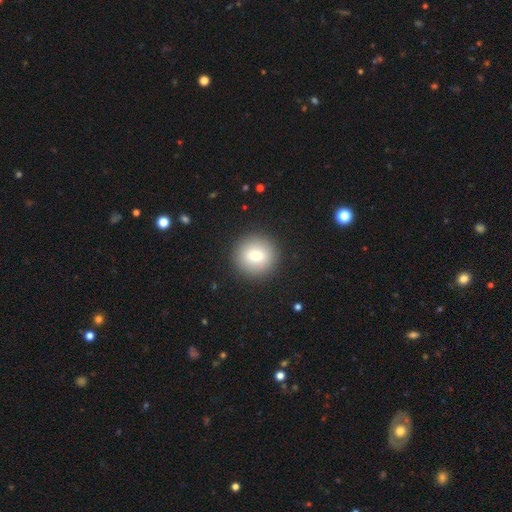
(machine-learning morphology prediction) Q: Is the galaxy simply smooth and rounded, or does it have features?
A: smooth — 78%.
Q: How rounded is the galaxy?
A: round — 94%.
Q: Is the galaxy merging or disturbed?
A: none — 91%.